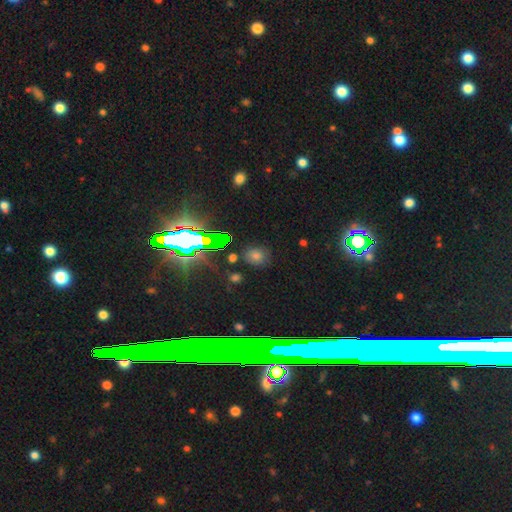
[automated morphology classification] This is possibly a smooth galaxy (46%). Merging: clearly none (85%).